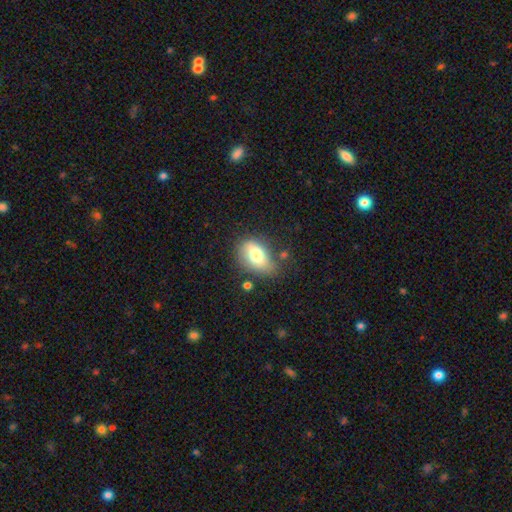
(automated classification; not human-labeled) smooth-or-featured: smooth: 71% | featured or disk: 20% | star or artifact: 9%
  how-rounded: in between: 81% | round: 16% | cigar-shaped: 2%
  merging: none: 59% | minor disturbance: 26% | major disturbance: 9% | merger: 6%